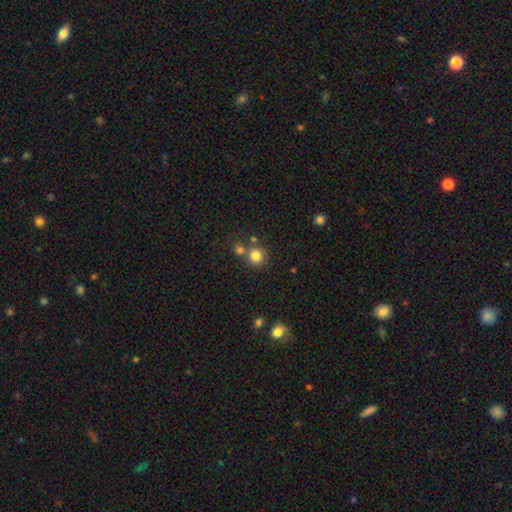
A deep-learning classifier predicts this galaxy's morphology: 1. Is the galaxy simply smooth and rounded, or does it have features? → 81% smooth, 13% star or artifact, 7% featured or disk.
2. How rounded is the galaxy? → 91% round, 9% in between, 1% cigar-shaped.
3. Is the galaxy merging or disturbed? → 67% none, 22% merger, 8% minor disturbance, 3% major disturbance.